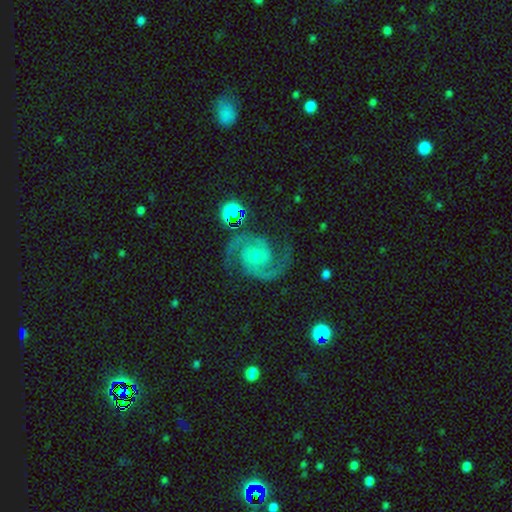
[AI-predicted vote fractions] Smooth or featured?
  - featured or disk: 92% *
  - star or artifact: 5%
  - smooth: 3%
Edge-on disk?
  - no: 98% *
  - yes: 2%
Bar?
  - no: 64% *
  - weak: 28%
  - strong: 8%
Spiral arms?
  - yes: 99% *
  - no: 1%
Spiral winding?
  - medium: 62% *
  - tight: 27%
  - loose: 11%
Spiral arm count?
  - 2: 94% *
  - 3: 2%
  - can't tell: 1%
  - 1: 1%
  - 4: 1%
  - more than 4: 1%
Bulge size?
  - small: 62% *
  - moderate: 31%
  - none: 4%
  - large: 2%
  - dominant: 1%
Merging?
  - none: 81% *
  - minor disturbance: 12%
  - major disturbance: 5%
  - merger: 2%